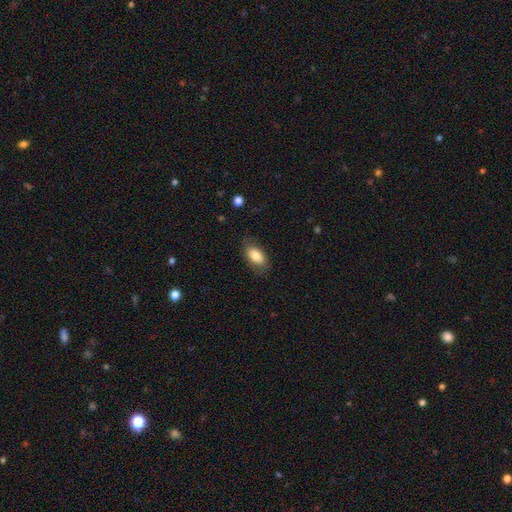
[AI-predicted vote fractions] Smooth or featured?
  - smooth: 80% *
  - featured or disk: 13%
  - star or artifact: 7%
How rounded?
  - in between: 91% *
  - round: 5%
  - cigar-shaped: 4%
Merging?
  - none: 76% *
  - minor disturbance: 18%
  - major disturbance: 5%
  - merger: 1%